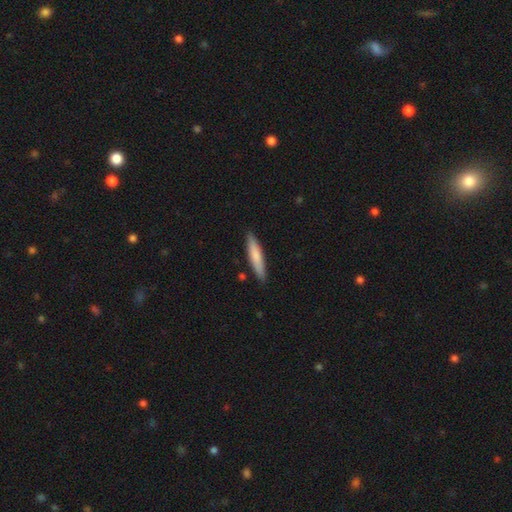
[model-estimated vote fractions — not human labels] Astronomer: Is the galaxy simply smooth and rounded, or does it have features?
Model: smooth — 74%.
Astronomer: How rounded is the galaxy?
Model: cigar-shaped — 87%.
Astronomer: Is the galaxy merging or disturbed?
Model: none — 88%.